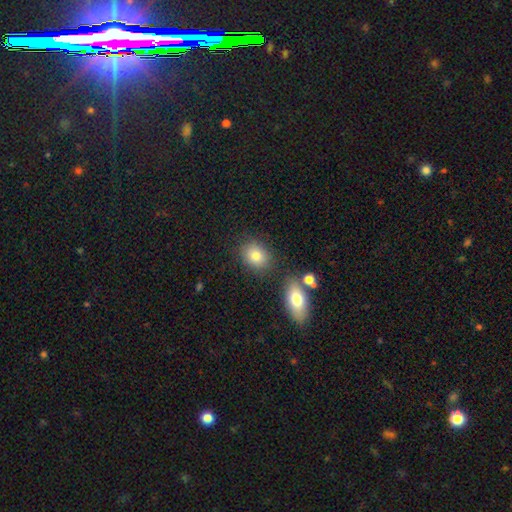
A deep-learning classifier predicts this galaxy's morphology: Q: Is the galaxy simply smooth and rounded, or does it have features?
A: smooth — 80%.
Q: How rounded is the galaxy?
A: round — 50%.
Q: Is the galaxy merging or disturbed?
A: none — 78%.